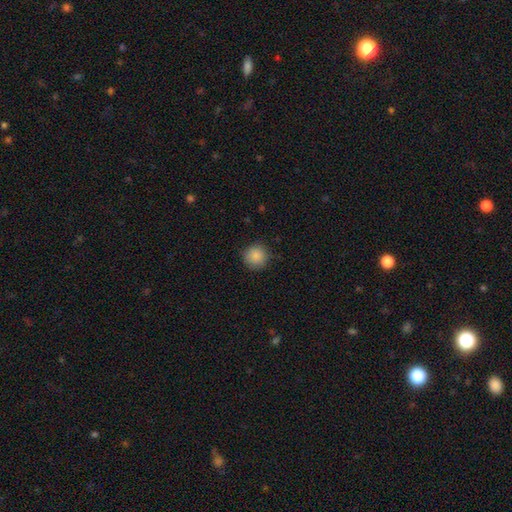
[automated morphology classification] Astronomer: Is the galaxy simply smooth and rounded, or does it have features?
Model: smooth — 87%.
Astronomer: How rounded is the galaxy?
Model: round — 94%.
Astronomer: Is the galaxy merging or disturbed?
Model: none — 87%.